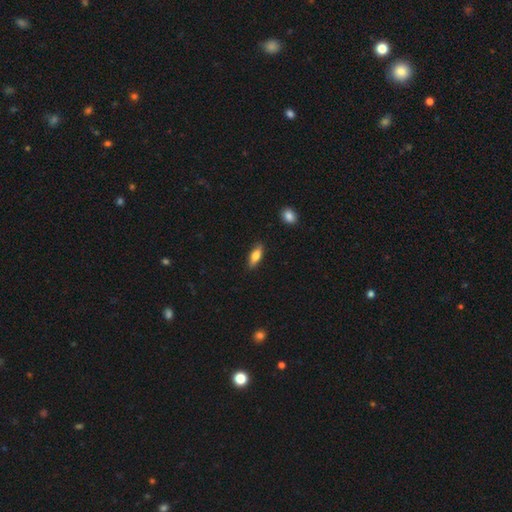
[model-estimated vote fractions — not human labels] smooth_or_featured: smooth (p=0.73) [alt: featured or disk p=0.20]
how_rounded: in between (p=0.64) [alt: cigar-shaped p=0.33]
merging: none (p=0.85) [alt: minor disturbance p=0.11]